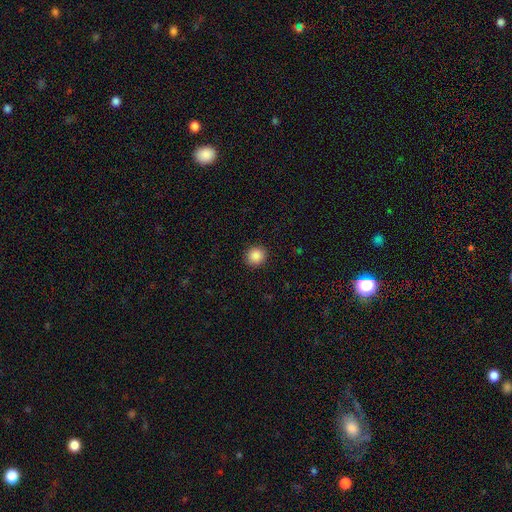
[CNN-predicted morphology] Q: Smooth or featured?
A: smooth (88%); runner-up: star or artifact (9%)
Q: How rounded?
A: round (90%); runner-up: in between (9%)
Q: Merging?
A: none (92%); runner-up: minor disturbance (5%)